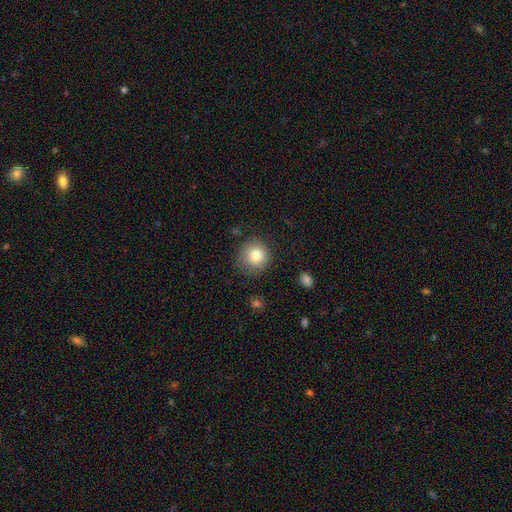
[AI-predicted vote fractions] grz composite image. It shows a smooth galaxy with no disk features (80%) that is round (91%). Merging: none (78%).